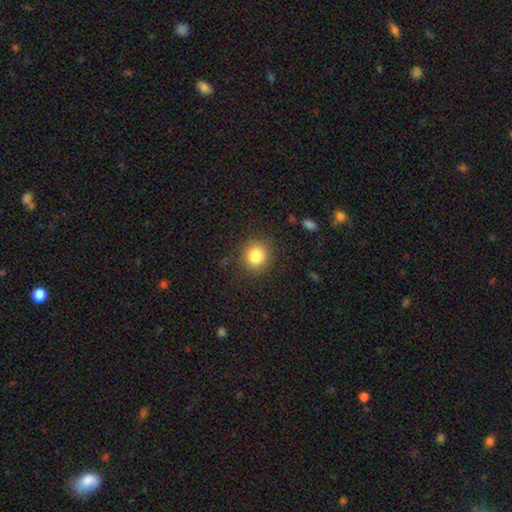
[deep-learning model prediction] smooth_or_featured: smooth (p=0.83) [alt: star or artifact p=0.11]
how_rounded: round (p=0.88) [alt: in between p=0.12]
merging: none (p=0.88) [alt: minor disturbance p=0.08]